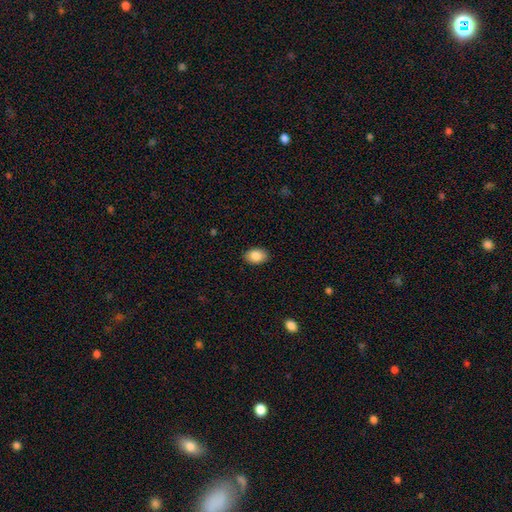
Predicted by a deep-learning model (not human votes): Morphology: type=smooth (87%); roundness=in between (84%); merging=none (89%).